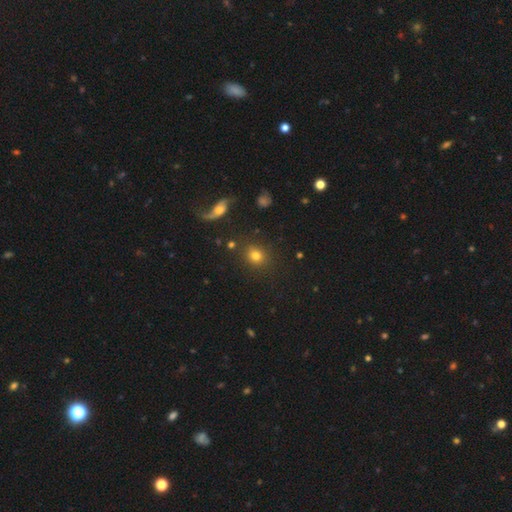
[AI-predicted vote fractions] This is likely a smooth galaxy (76%). How rounded: likely round (76%). Merging: clearly none (82%).